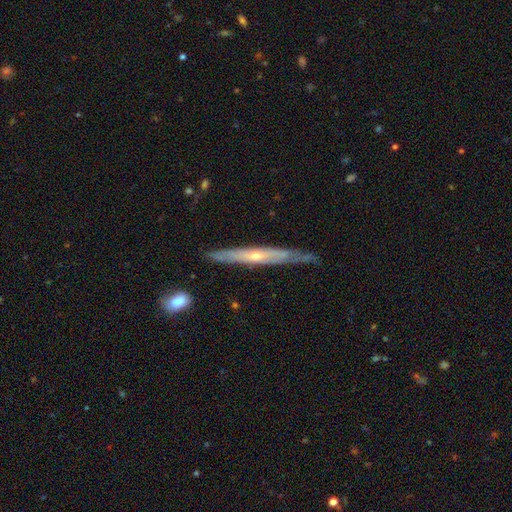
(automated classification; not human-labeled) Overall: featured or disk (72%). Edge-on disk: yes (86%). Edge-on bulge: rounded (63%; none 34%). Merging: none (77%).